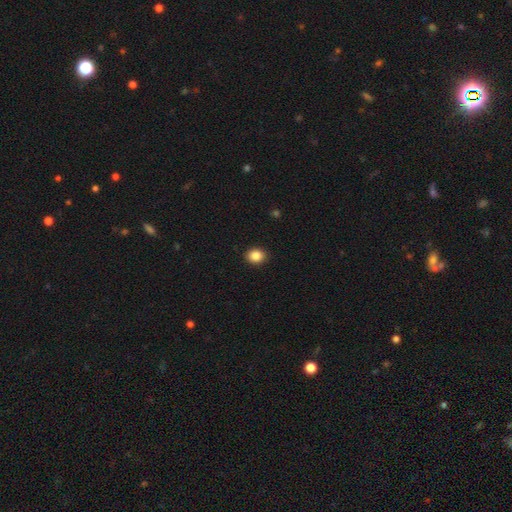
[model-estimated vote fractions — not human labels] smooth 86%, star or artifact 10%, featured or disk 4%. Down the decision tree: how rounded — round (63%); merging — none (91%).